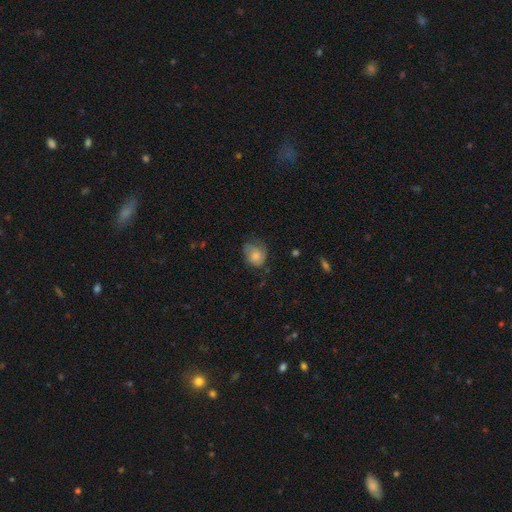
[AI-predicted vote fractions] smooth-or-featured: smooth: 70% | featured or disk: 21% | star or artifact: 8%
  how-rounded: round: 50% | in between: 49% | cigar-shaped: 1%
  merging: none: 45% | minor disturbance: 34% | major disturbance: 19% | merger: 2%